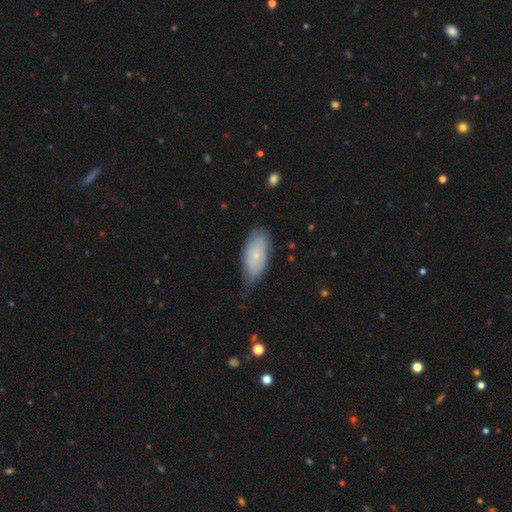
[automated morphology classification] Smooth or featured? Predicted: smooth (p=0.61). How rounded? Predicted: in between (p=0.89). Merging? Predicted: none (p=0.63).